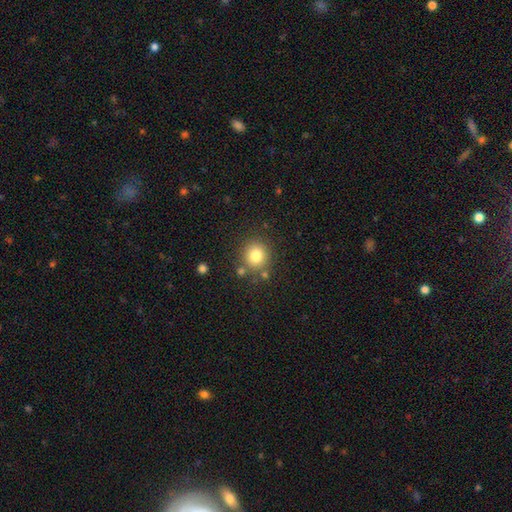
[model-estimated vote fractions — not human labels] smooth_or_featured: smooth (p=0.80) [alt: star or artifact p=0.12]
how_rounded: round (p=0.88) [alt: in between p=0.11]
merging: none (p=0.81) [alt: minor disturbance p=0.09]